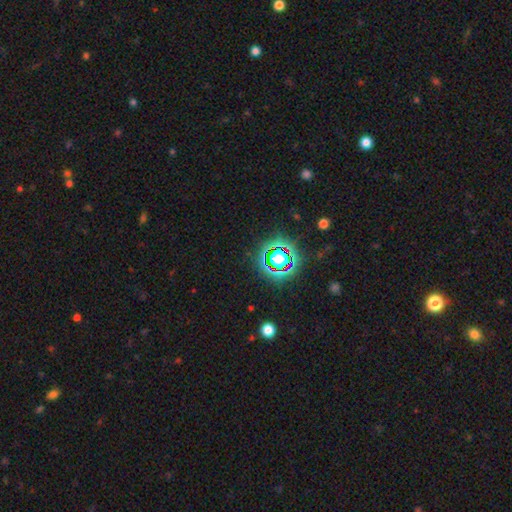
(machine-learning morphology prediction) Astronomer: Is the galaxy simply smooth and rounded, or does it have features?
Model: star or artifact — 82%.